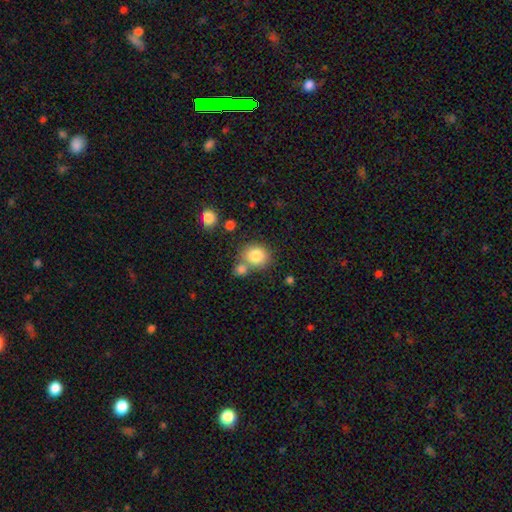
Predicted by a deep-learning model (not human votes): Smooth or featured: smooth — 82% (star or artifact — 9%)
How rounded: round — 76% (in between — 23%)
Merging: none — 58% (merger — 27%)